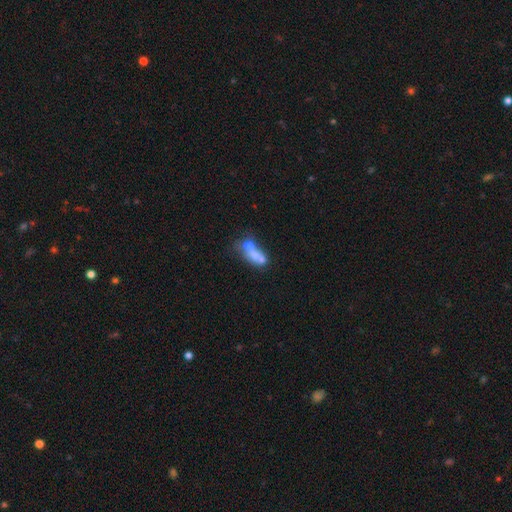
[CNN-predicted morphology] A smooth galaxy with no disk features (57%) that is in between round and cigar-shaped (73%).

Vote fractions:
- Smooth or featured? smooth: 57% / featured or disk: 32% / star or artifact: 11%
- How rounded? in between: 73% / cigar-shaped: 14% / round: 13%
- Merging? merger: 58% / none: 19% / major disturbance: 12% / minor disturbance: 11%